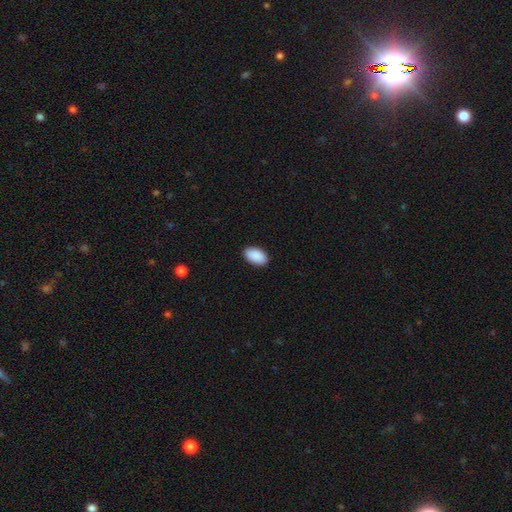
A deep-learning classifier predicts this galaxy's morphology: Smooth or featured? smooth (91%)
How rounded? in between (94%)
Merging? none (90%)